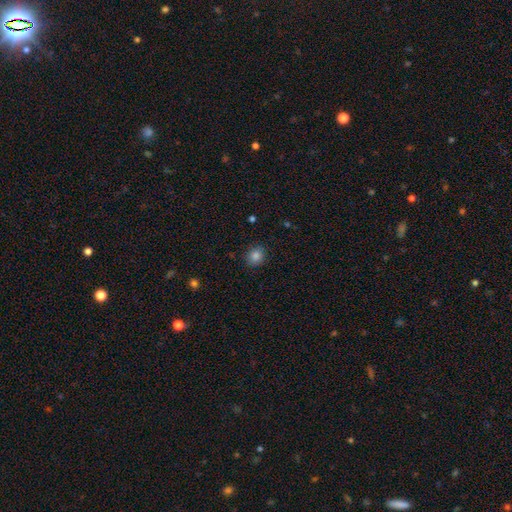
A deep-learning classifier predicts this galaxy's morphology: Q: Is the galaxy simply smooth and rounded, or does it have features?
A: smooth — 84%.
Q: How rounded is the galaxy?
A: round — 78%.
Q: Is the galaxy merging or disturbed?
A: none — 87%.